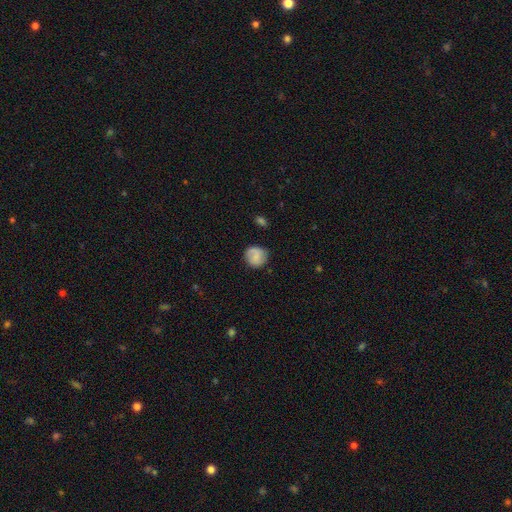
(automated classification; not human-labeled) A smooth galaxy with no disk features (67%) that is round (86%). Merging: none (78%).